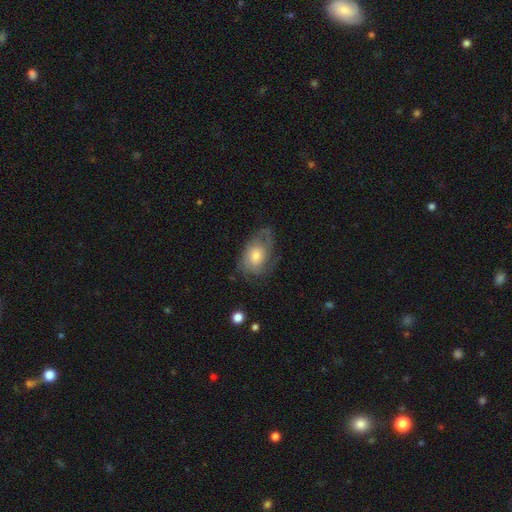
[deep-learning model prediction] Q: Smooth or featured?
A: featured or disk (58%); runner-up: smooth (35%)
Q: Edge-on disk?
A: no (95%); runner-up: yes (5%)
Q: Bar?
A: no (78%); runner-up: weak (19%)
Q: Spiral arms?
A: yes (78%); runner-up: no (22%)
Q: Bulge size?
A: moderate (58%); runner-up: small (22%)
Q: Merging?
A: none (58%); runner-up: minor disturbance (25%)